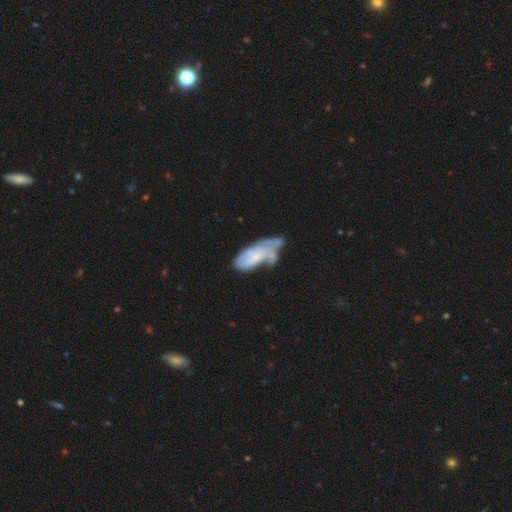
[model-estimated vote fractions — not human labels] Morphology: type=featured or disk (53%); edge-on=no (91%); merging=minor disturbance (27%).